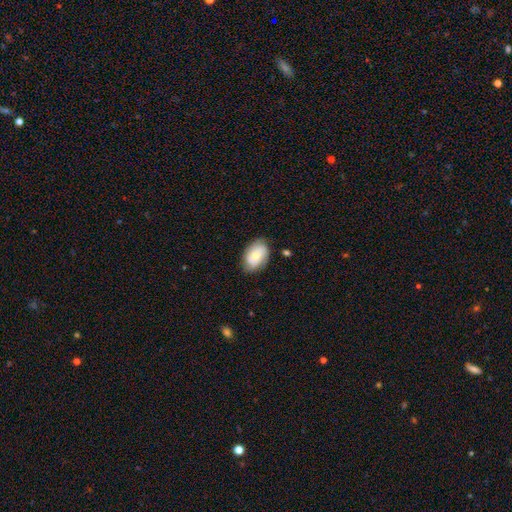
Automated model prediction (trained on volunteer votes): A smooth galaxy with no disk features (56%) that is in between round and cigar-shaped (87%).

Vote fractions:
- Smooth or featured? smooth: 56% / featured or disk: 37% / star or artifact: 7%
- How rounded? in between: 87% / round: 12% / cigar-shaped: 1%
- Merging? none: 74% / minor disturbance: 20% / major disturbance: 4% / merger: 2%